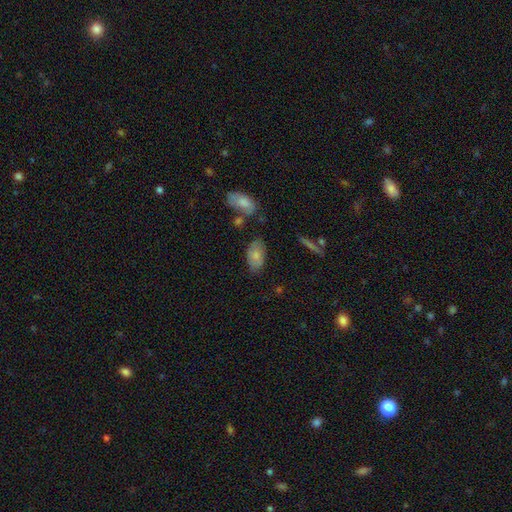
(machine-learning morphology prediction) Q: Smooth or featured?
A: smooth (77%); runner-up: featured or disk (16%)
Q: How rounded?
A: in between (94%); runner-up: round (4%)
Q: Merging?
A: none (70%); runner-up: minor disturbance (21%)